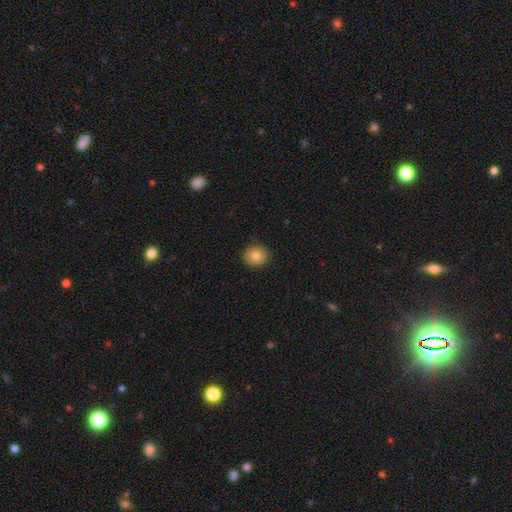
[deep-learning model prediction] A smooth galaxy with no disk features (82%) that is round (78%). Merging: none (87%).